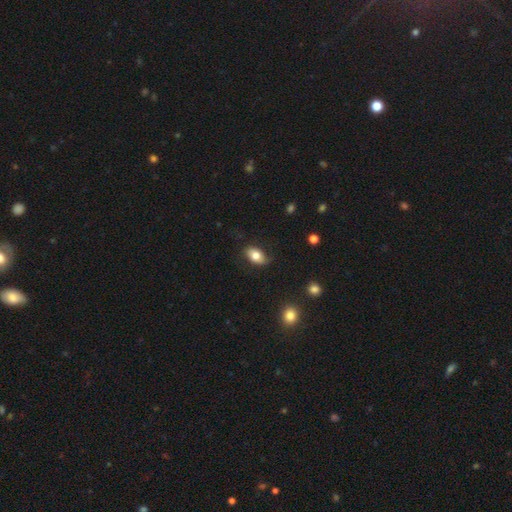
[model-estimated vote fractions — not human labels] A smooth galaxy with no disk features (77%) that is in between round and cigar-shaped (91%).

Vote fractions:
- Smooth or featured? smooth: 77% / featured or disk: 16% / star or artifact: 7%
- How rounded? in between: 91% / round: 7% / cigar-shaped: 2%
- Merging? none: 77% / minor disturbance: 17% / major disturbance: 4% / merger: 1%